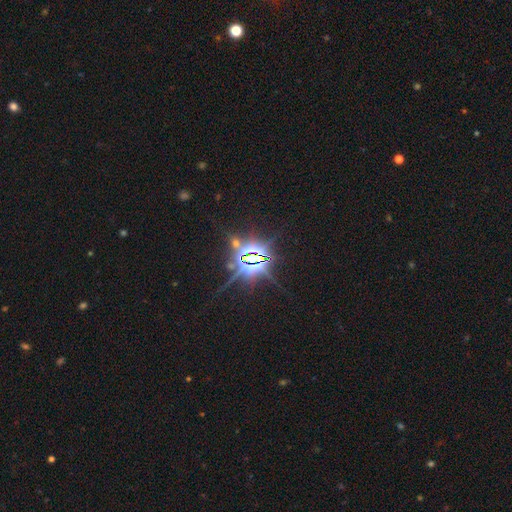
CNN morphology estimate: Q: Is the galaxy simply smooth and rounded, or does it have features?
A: star or artifact — 87%.